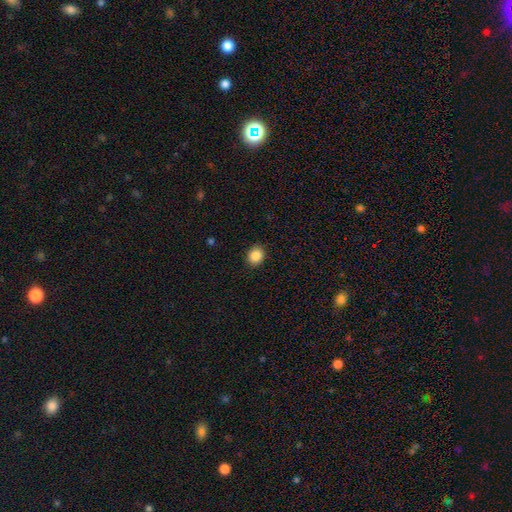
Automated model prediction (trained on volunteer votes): This appears to be a smooth galaxy with no disk features (87%) that is round (66%). Merging: none (91%).